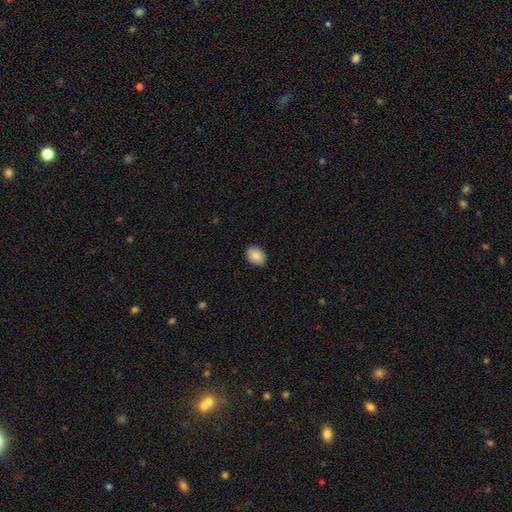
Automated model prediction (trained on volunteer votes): A smooth galaxy with no disk features (88%) that is in between round and cigar-shaped (64%).

Vote fractions:
- Smooth or featured? smooth: 88% / star or artifact: 7% / featured or disk: 4%
- How rounded? in between: 64% / round: 36% / cigar-shaped: 1%
- Merging? none: 89% / minor disturbance: 8% / major disturbance: 2% / merger: 1%